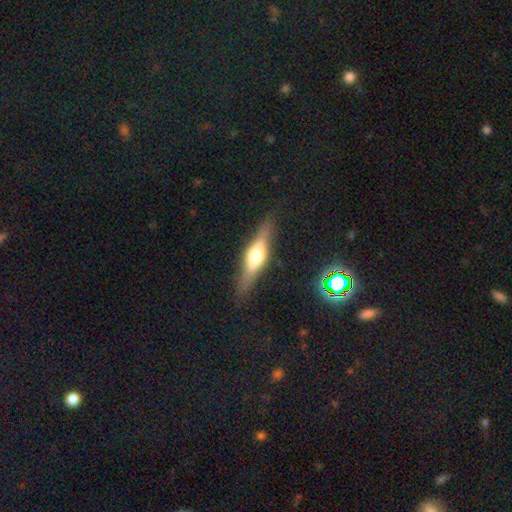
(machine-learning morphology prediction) Smooth or featured: featured or disk — 62% (smooth — 31%)
Edge-on disk: yes — 93% (no — 7%)
Edge-on bulge: rounded — 90% (boxy — 8%)
Merging: none — 84% (minor disturbance — 11%)